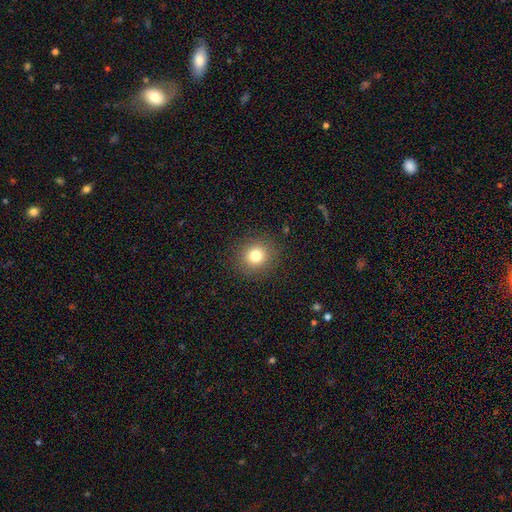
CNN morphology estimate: type=smooth (79%); roundness=round (89%); merging=none (90%).